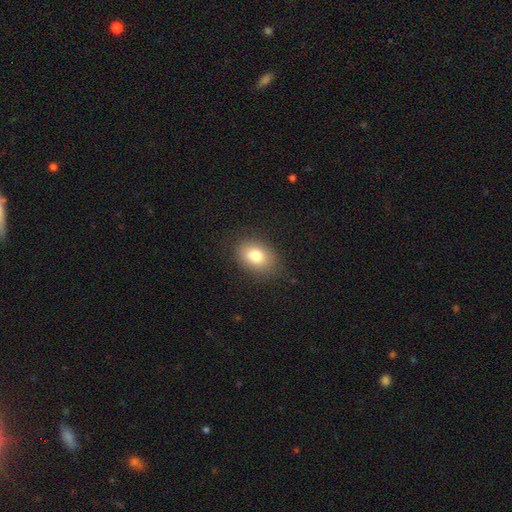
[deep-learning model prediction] Smooth or featured? Predicted: smooth (p=0.80). How rounded? Predicted: in between (p=0.74). Merging? Predicted: none (p=0.82).